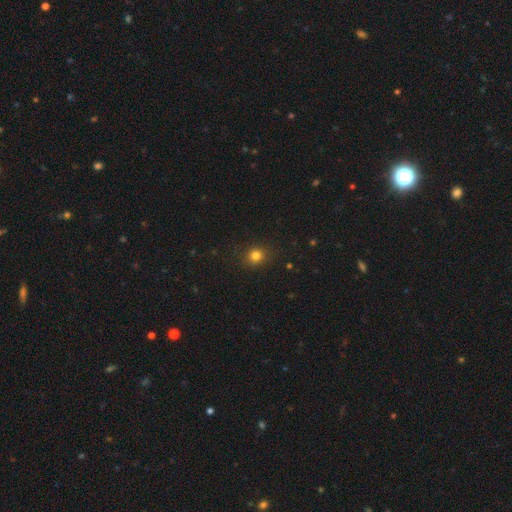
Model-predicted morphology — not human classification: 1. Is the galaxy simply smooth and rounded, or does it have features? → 81% smooth, 14% star or artifact, 5% featured or disk.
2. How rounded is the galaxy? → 84% round, 15% in between, 1% cigar-shaped.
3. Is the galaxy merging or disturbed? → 89% none, 7% minor disturbance, 2% major disturbance, 1% merger.